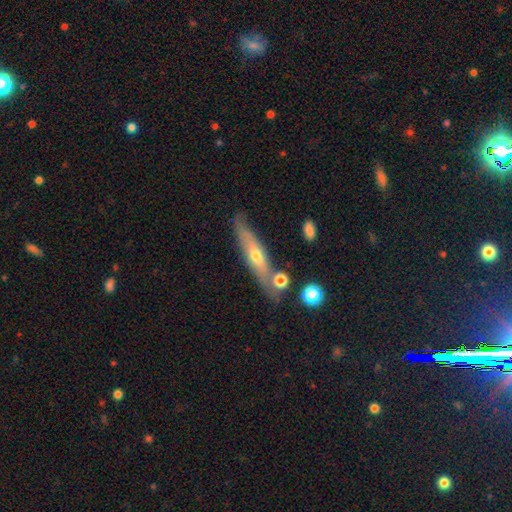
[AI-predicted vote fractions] smooth_or_featured: featured or disk (p=0.53) [alt: smooth p=0.41]
disk_edge_on: yes (p=0.76) [alt: no p=0.24]
merging: none (p=0.72) [alt: minor disturbance p=0.16]